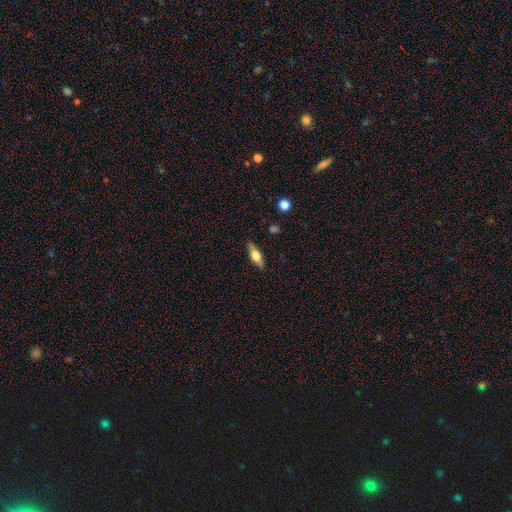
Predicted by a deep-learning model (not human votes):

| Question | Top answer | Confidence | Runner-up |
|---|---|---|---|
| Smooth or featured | smooth | 51% | featured or disk (42%) |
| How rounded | in between | 62% | cigar-shaped (34%) |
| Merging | none | 84% | minor disturbance (12%) |